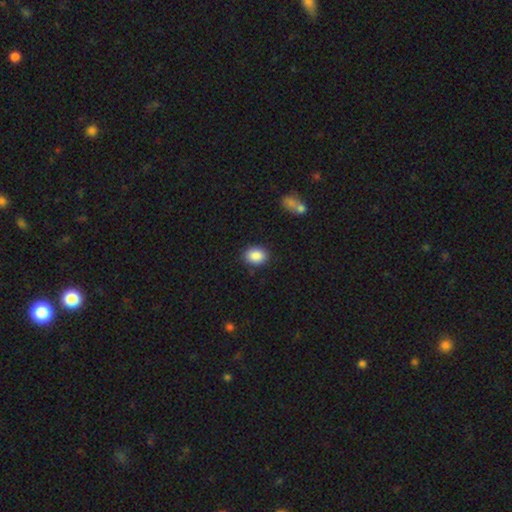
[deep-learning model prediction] This appears to be a smooth galaxy with no disk features (88%) that is in between round and cigar-shaped (63%). Merging: none (87%).